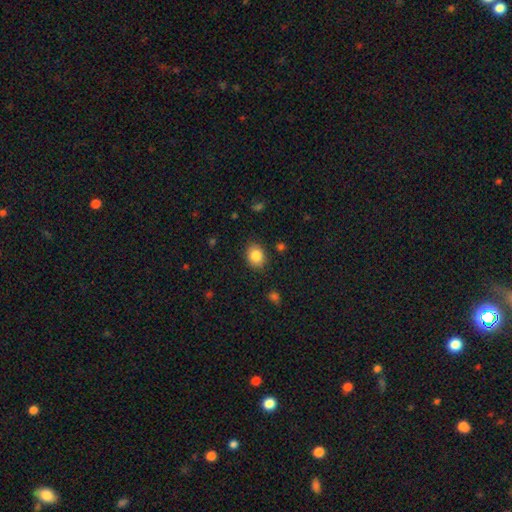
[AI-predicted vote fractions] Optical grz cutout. It shows a smooth galaxy with no disk features (84%) that is round (50%, tied with in between). Merging: none (86%).